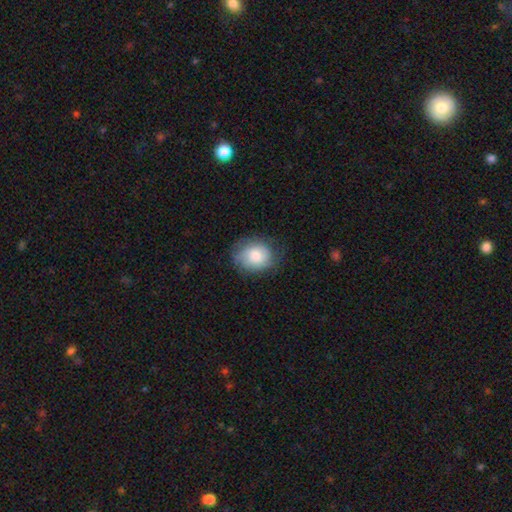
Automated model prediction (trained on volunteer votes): A smooth galaxy with no disk features (73%) that is round (59%).

Vote fractions:
- Smooth or featured? smooth: 73% / featured or disk: 19% / star or artifact: 8%
- How rounded? round: 59% / in between: 40% / cigar-shaped: 1%
- Merging? none: 68% / minor disturbance: 23% / major disturbance: 7% / merger: 1%